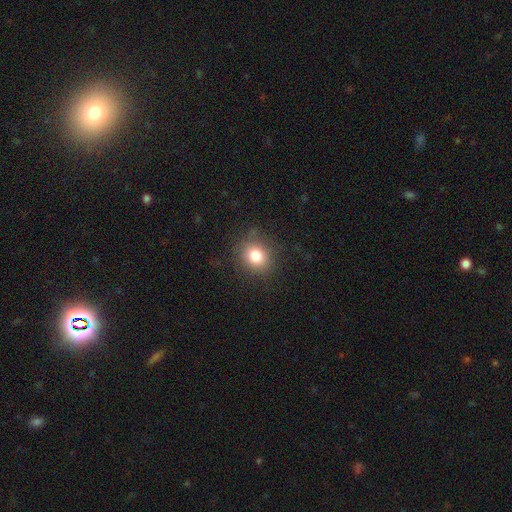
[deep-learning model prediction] This appears to be a smooth galaxy with no disk features (80%) that is round (74%). Merging: none (84%).